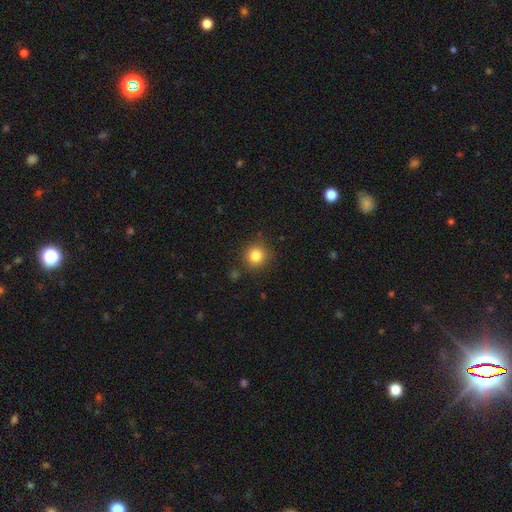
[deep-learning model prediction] A smooth galaxy with no disk features (83%) that is round (92%). Merging: none (87%).